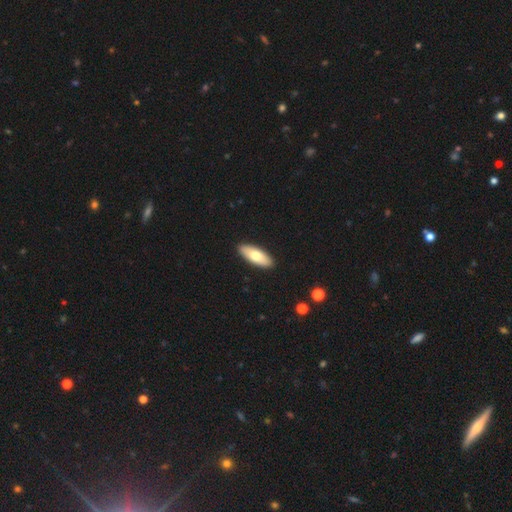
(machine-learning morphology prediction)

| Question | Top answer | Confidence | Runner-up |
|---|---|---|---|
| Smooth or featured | smooth | 70% | featured or disk (25%) |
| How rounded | in between | 75% | cigar-shaped (23%) |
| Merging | none | 91% | minor disturbance (6%) |